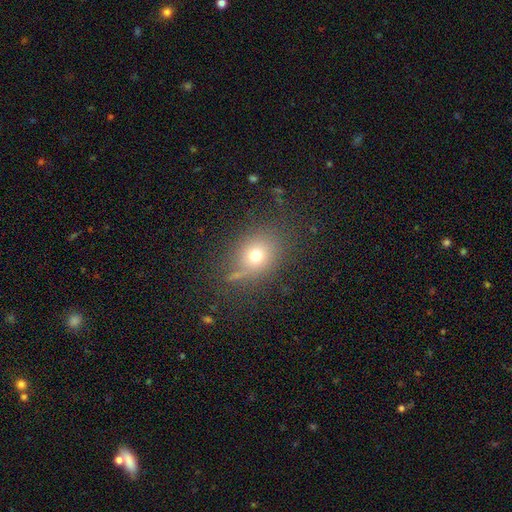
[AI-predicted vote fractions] The model was most divided on "how rounded": round: 59%, in between: 39%, cigar-shaped: 2%. More confident: merging — none (75%); smooth or featured — smooth (68%).